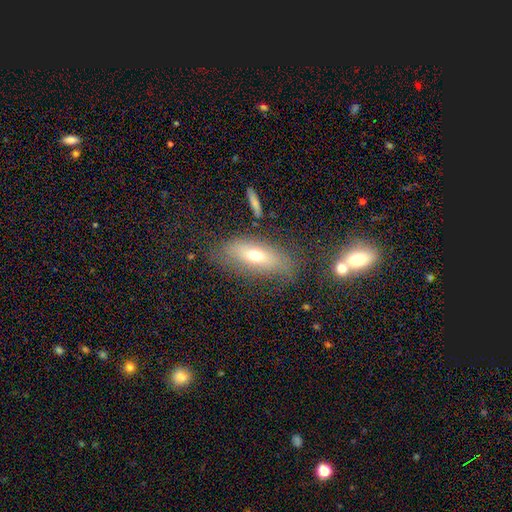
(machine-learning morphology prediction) Q: Smooth or featured?
A: smooth (59%); runner-up: featured or disk (30%)
Q: How rounded?
A: in between (73%); runner-up: cigar-shaped (22%)
Q: Merging?
A: none (64%); runner-up: minor disturbance (20%)